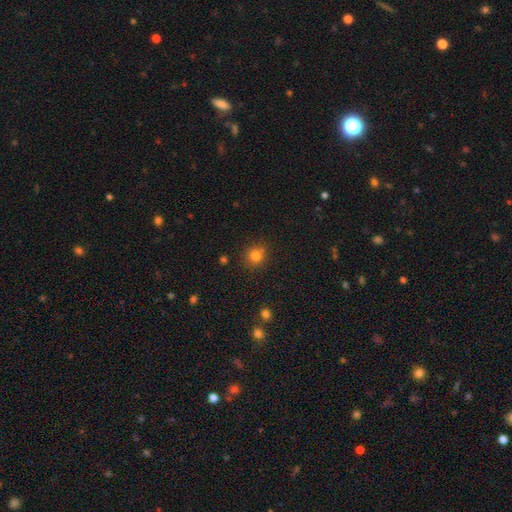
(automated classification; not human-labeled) Overall: smooth (80%). How rounded: round (84%). Merging: none (75%).